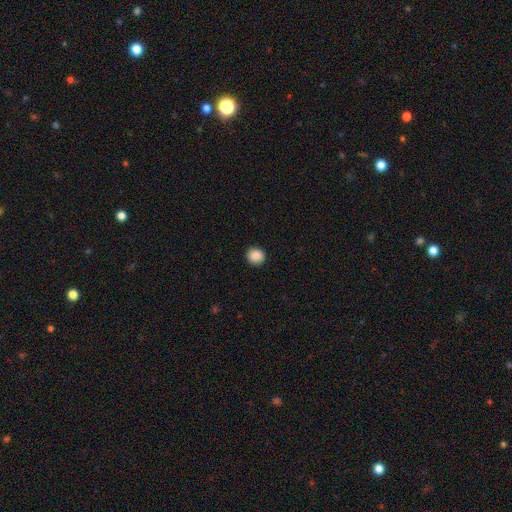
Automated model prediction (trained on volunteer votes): A smooth galaxy with no disk features (89%) that is round (91%).

Vote fractions:
- Smooth or featured? smooth: 89% / star or artifact: 9% / featured or disk: 3%
- How rounded? round: 91% / in between: 8% / cigar-shaped: 1%
- Merging? none: 92% / minor disturbance: 5% / major disturbance: 2% / merger: 1%